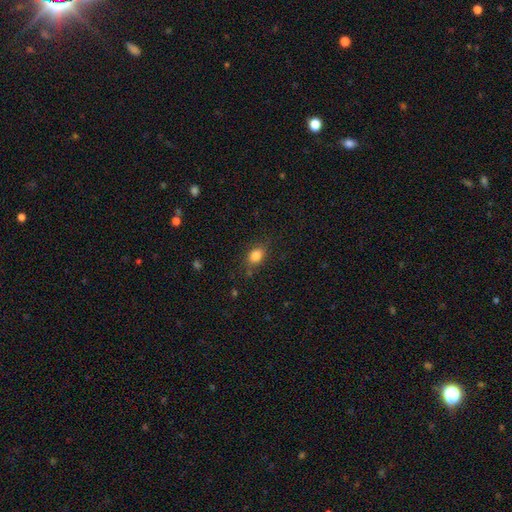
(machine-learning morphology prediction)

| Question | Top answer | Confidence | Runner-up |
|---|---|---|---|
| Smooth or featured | smooth | 83% | star or artifact (10%) |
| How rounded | in between | 71% | round (26%) |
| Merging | none | 78% | minor disturbance (16%) |